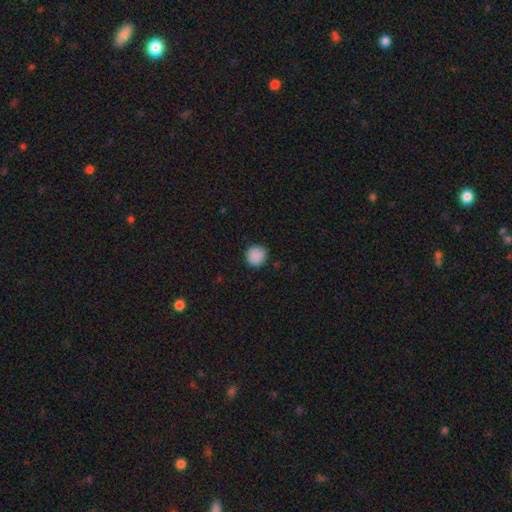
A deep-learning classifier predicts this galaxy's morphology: A smooth galaxy with no disk features (89%) that is round (91%).

Vote fractions:
- Smooth or featured? smooth: 89% / star or artifact: 9% / featured or disk: 2%
- How rounded? round: 91% / in between: 8% / cigar-shaped: 1%
- Merging? none: 89% / minor disturbance: 8% / major disturbance: 2% / merger: 1%